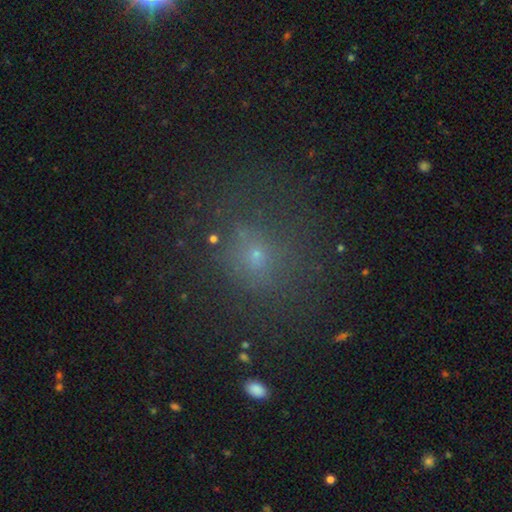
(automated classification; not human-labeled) Q: Smooth or featured?
A: smooth (54%); runner-up: star or artifact (33%)
Q: How rounded?
A: round (74%); runner-up: in between (24%)
Q: Merging?
A: none (75%); runner-up: minor disturbance (14%)